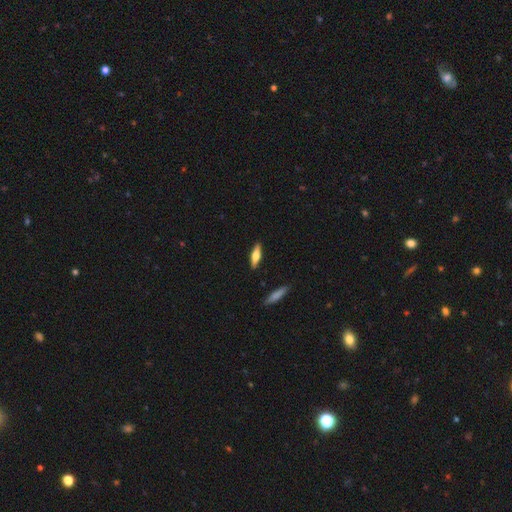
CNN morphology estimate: Overall: smooth (49%; featured or disk 44%). Merging: none (89%).